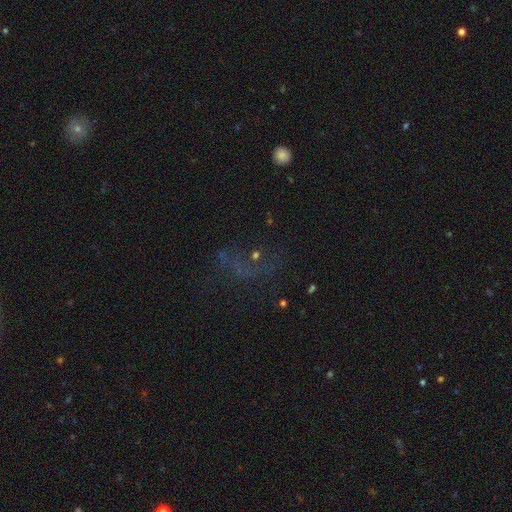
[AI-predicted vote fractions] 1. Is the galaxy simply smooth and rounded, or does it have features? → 41% star or artifact, 32% smooth, 27% featured or disk.